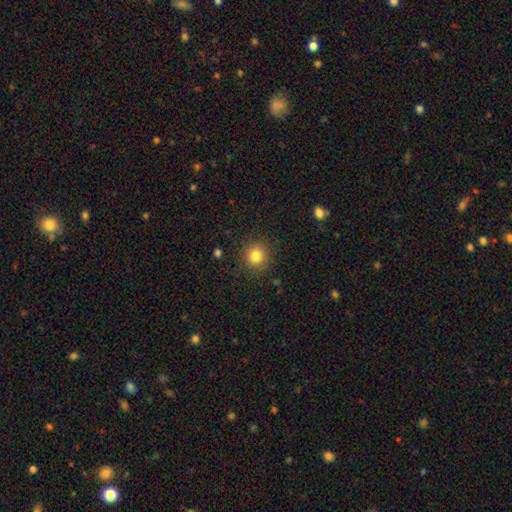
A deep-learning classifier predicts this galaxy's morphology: Overall: smooth (82%). How rounded: round (93%). Merging: none (90%).